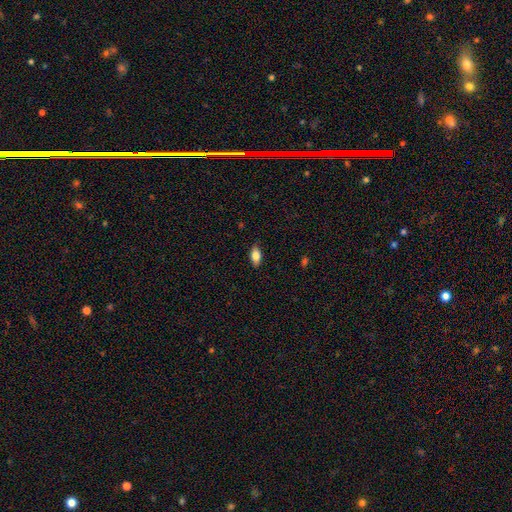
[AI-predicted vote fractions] The model was most divided on "smooth or featured": smooth: 78%, featured or disk: 14%, star or artifact: 7%. More confident: how rounded — in between (87%); merging — none (86%).